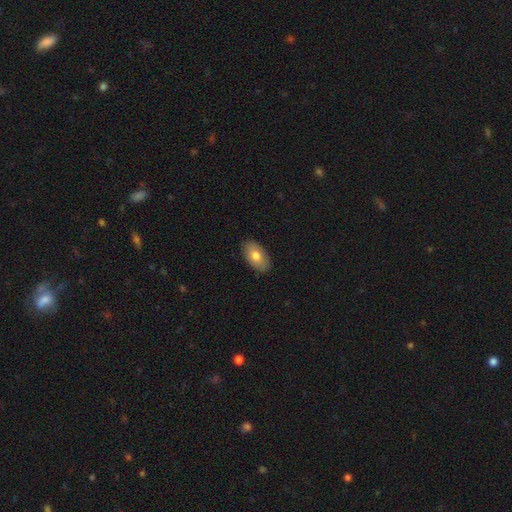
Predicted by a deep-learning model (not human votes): Smooth or featured? smooth (76%)
How rounded? in between (94%)
Merging? none (88%)